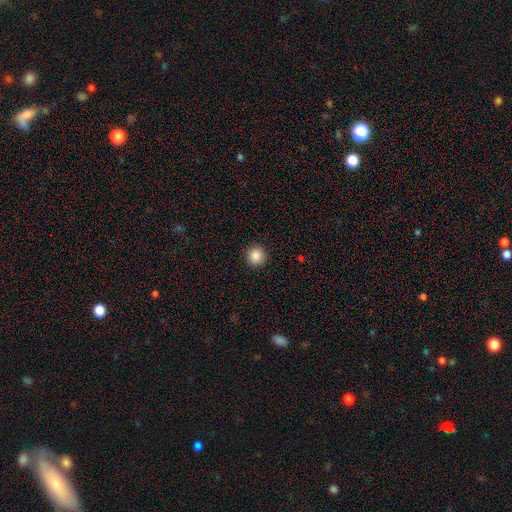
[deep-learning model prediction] smooth-or-featured: smooth: 87% | star or artifact: 9% | featured or disk: 3%
  how-rounded: round: 94% | in between: 6% | cigar-shaped: 1%
  merging: none: 92% | minor disturbance: 5% | major disturbance: 2% | merger: 1%